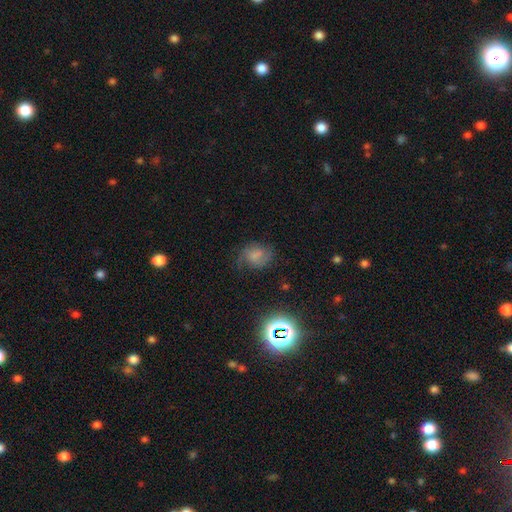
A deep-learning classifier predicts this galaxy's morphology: Smooth or featured: smooth — 49% (featured or disk — 34%)
Merging: none — 55% (minor disturbance — 27%)